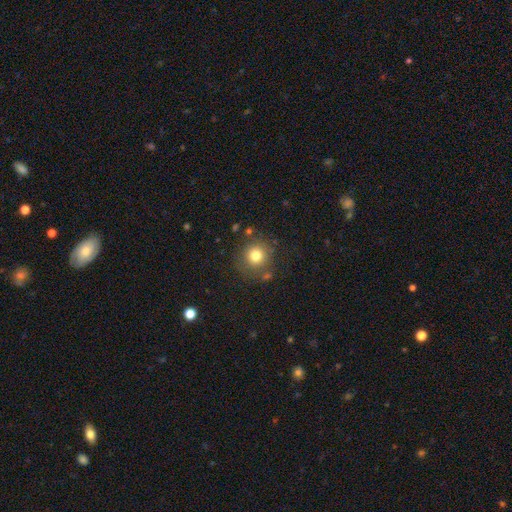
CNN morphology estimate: Smooth or featured? smooth (78%)
How rounded? round (92%)
Merging? none (79%)